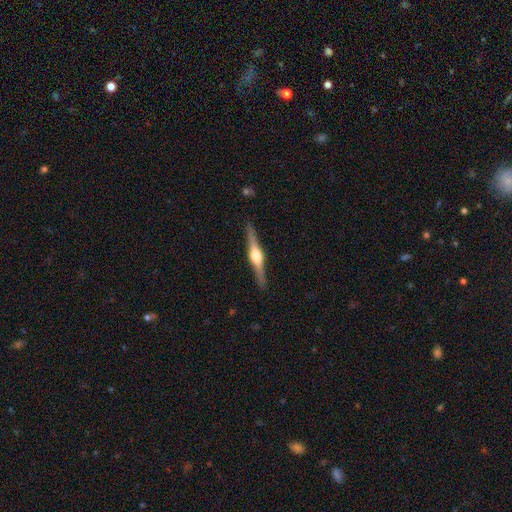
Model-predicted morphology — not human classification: Q: Smooth or featured?
A: featured or disk (79%); runner-up: smooth (16%)
Q: Edge-on disk?
A: yes (98%); runner-up: no (2%)
Q: Edge-on bulge?
A: rounded (93%); runner-up: boxy (5%)
Q: Merging?
A: none (90%); runner-up: minor disturbance (7%)